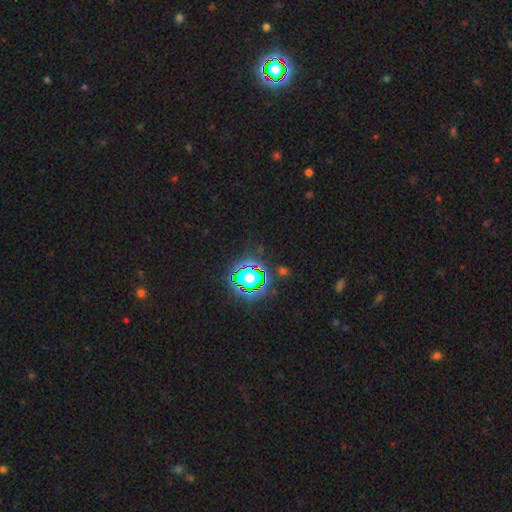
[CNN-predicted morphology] A star or artifact, not a galaxy (80%).